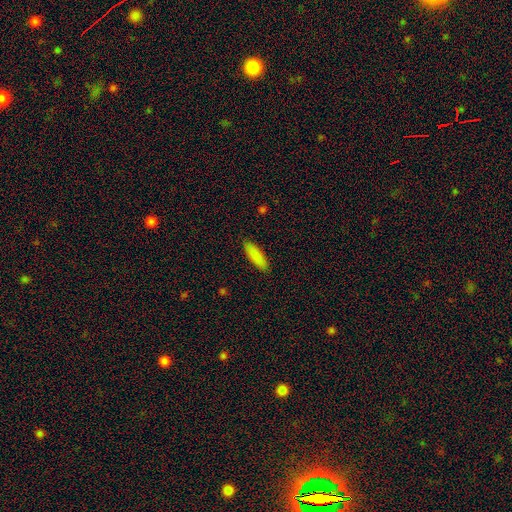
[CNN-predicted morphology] This appears to be a smooth galaxy with no disk features (88%) that is in between round and cigar-shaped (51%). Merging: none (89%).